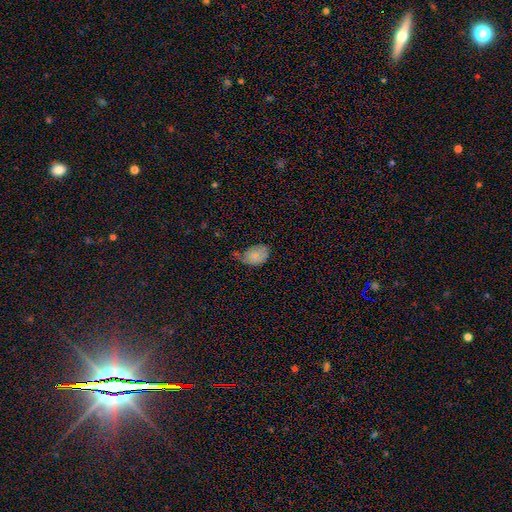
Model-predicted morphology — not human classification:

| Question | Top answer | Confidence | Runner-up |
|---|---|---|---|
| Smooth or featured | smooth | 80% | featured or disk (11%) |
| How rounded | in between | 81% | round (18%) |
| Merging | minor disturbance | 44% | none (35%) |